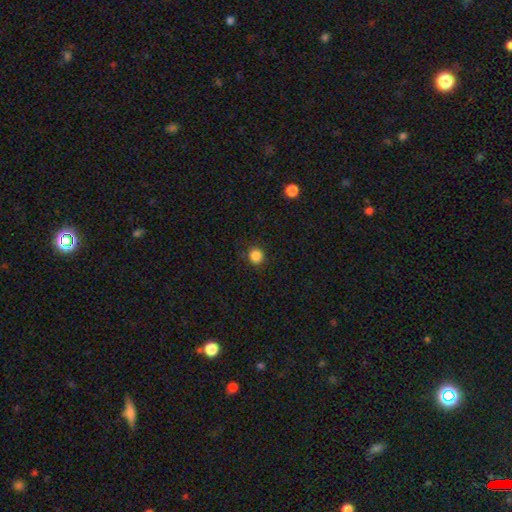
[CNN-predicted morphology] smooth_or_featured: smooth (p=0.86) [alt: star or artifact p=0.11]
how_rounded: round (p=0.89) [alt: in between p=0.10]
merging: none (p=0.86) [alt: minor disturbance p=0.10]